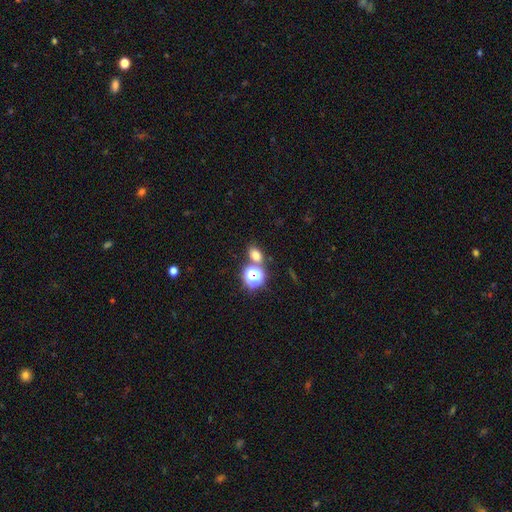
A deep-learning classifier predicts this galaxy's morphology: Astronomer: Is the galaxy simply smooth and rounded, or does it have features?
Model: smooth — 69%.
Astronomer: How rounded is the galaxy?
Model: in between — 65%.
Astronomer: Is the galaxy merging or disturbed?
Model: none — 68%.